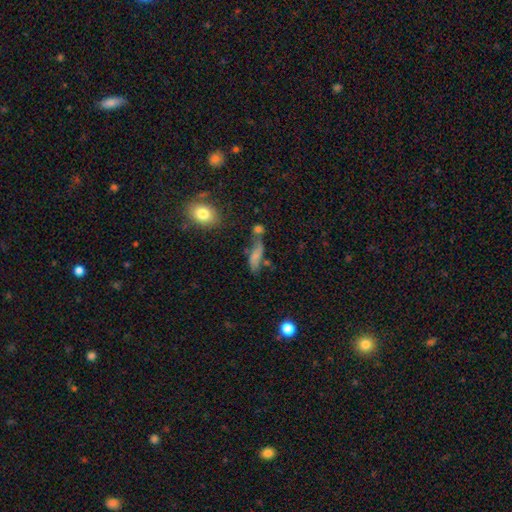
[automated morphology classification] Smooth or featured? Predicted: smooth (p=0.65). How rounded? Predicted: in between (p=0.50). Merging? Predicted: none (p=0.42).